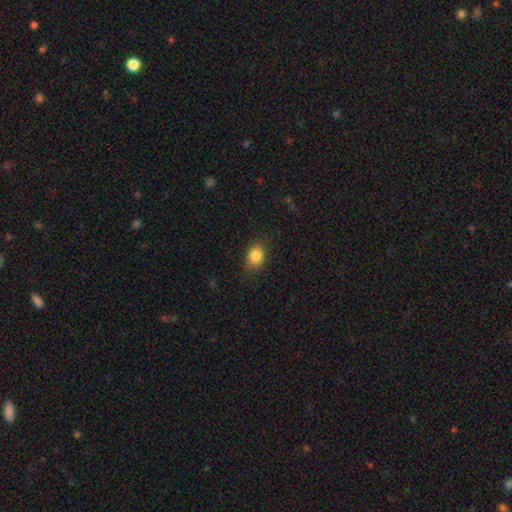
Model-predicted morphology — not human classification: Overall: smooth (85%). How rounded: in between (66%; round 33%). Merging: none (85%).